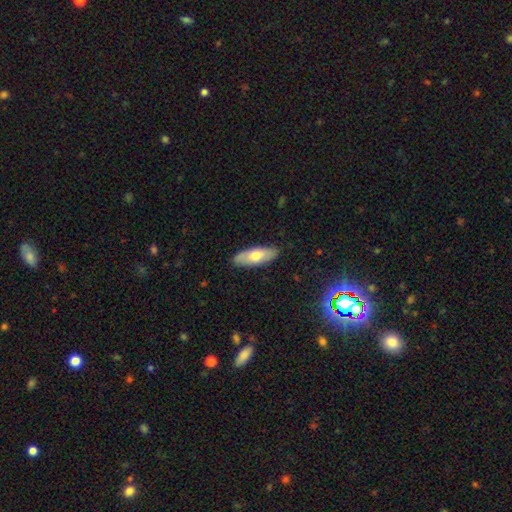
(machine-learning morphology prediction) Smooth or featured?
  - smooth: 64% *
  - featured or disk: 30%
  - star or artifact: 6%
How rounded?
  - in between: 73% *
  - cigar-shaped: 25%
  - round: 2%
Merging?
  - none: 87% *
  - minor disturbance: 10%
  - major disturbance: 2%
  - merger: 1%